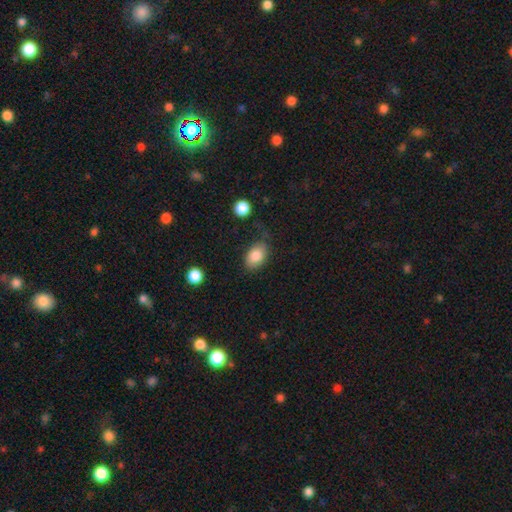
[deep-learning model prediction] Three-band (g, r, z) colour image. It shows a smooth galaxy with no disk features (84%) that is in between round and cigar-shaped (84%). Merging: none (69%).